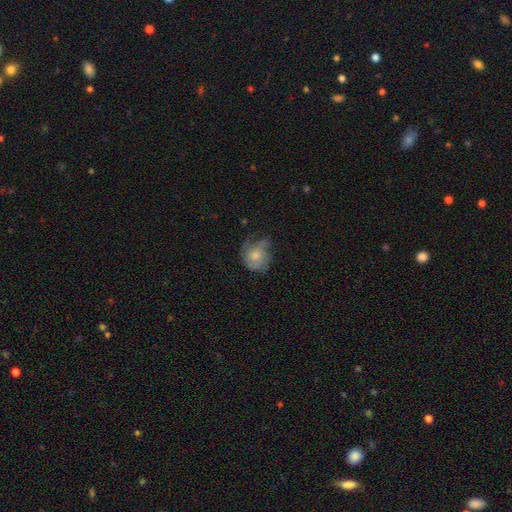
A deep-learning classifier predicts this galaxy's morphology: Smooth or featured? smooth (55%)
How rounded? round (67%)
Merging? none (44%)